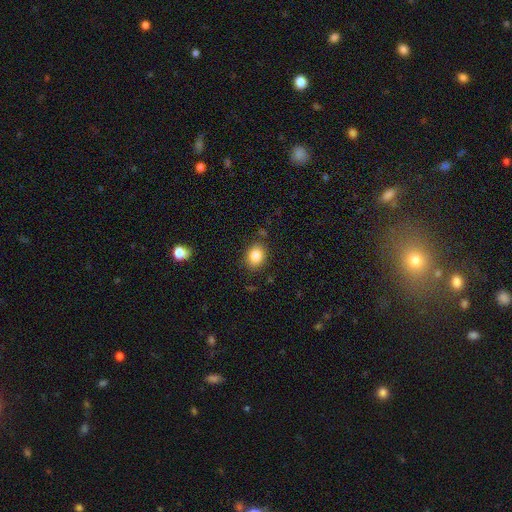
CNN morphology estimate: Smooth or featured?
  - smooth: 85% *
  - star or artifact: 9%
  - featured or disk: 6%
How rounded?
  - in between: 54% *
  - round: 45%
  - cigar-shaped: 1%
Merging?
  - none: 81% *
  - minor disturbance: 13%
  - major disturbance: 3%
  - merger: 2%